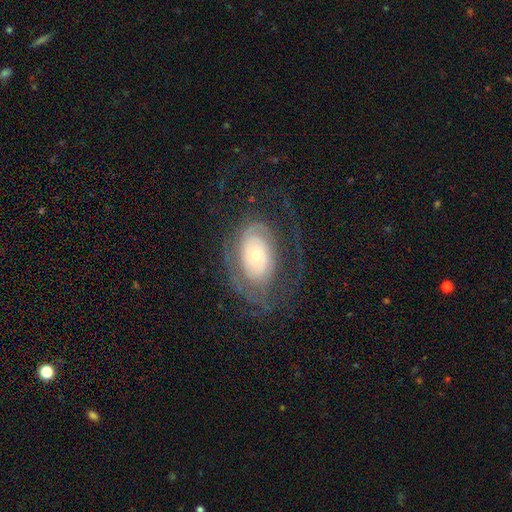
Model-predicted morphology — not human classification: A featured or disk galaxy (74%) with no bar (80%), tight (57%) spiral arms (82%) and a small central bulge (52%). Merging: none (55%).